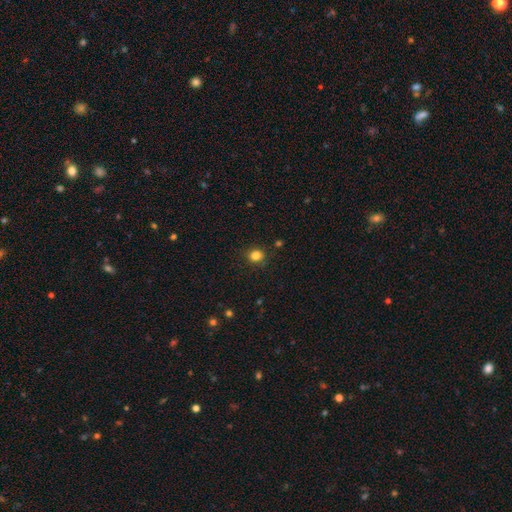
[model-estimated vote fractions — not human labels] This appears to be a smooth galaxy with no disk features (83%) that is round (79%). Merging: none (88%).